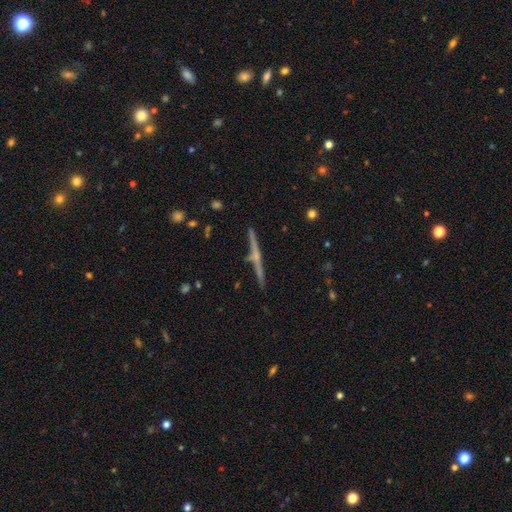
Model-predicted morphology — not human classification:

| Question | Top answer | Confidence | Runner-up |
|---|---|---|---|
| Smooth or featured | featured or disk | 77% | smooth (15%) |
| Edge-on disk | yes | 98% | no (2%) |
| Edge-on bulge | rounded | 72% | none (20%) |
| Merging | none | 88% | minor disturbance (7%) |